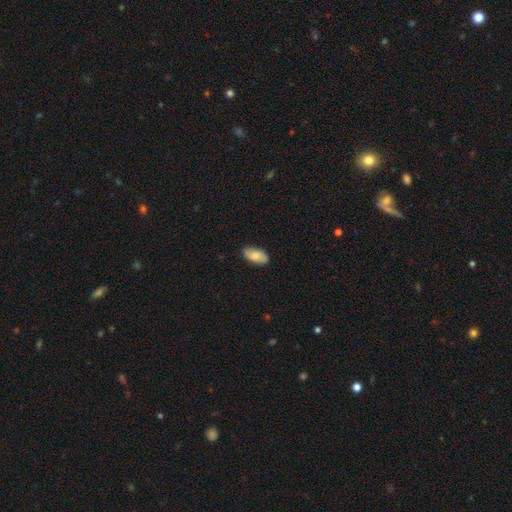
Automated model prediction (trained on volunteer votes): A smooth galaxy with no disk features (78%) that is in between round and cigar-shaped (93%). Merging: none (85%).